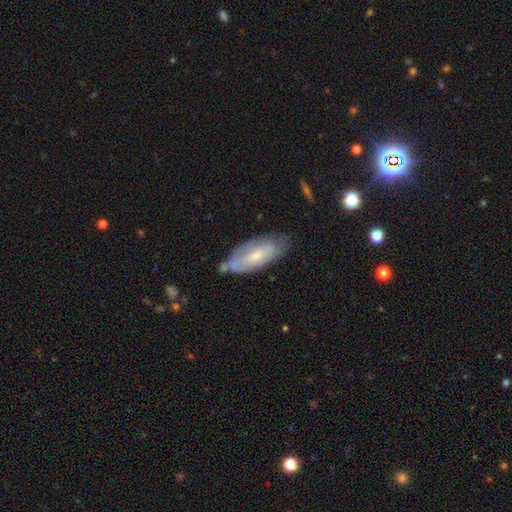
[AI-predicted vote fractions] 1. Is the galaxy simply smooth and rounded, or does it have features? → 48% smooth, 46% featured or disk, 6% star or artifact.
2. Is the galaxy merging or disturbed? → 60% none, 27% minor disturbance, 7% major disturbance, 5% merger.